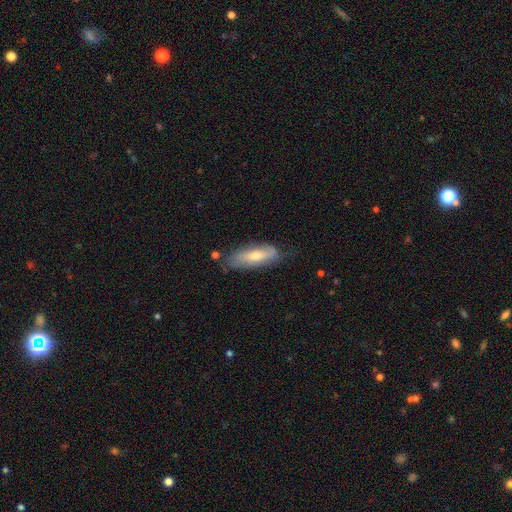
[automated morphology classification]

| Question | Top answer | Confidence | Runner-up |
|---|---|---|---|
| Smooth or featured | smooth | 50% | featured or disk (43%) |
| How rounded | in between | 58% | cigar-shaped (40%) |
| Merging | none | 61% | minor disturbance (28%) |